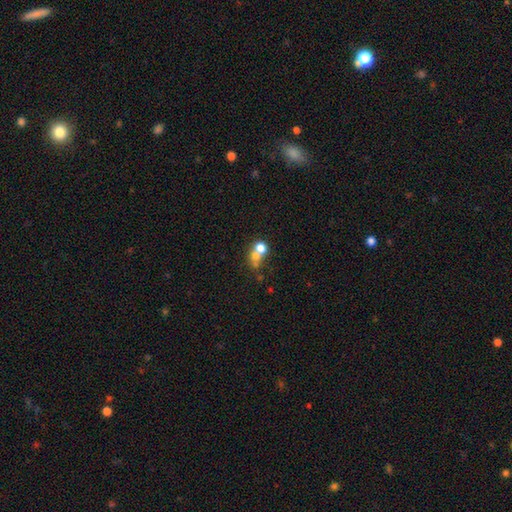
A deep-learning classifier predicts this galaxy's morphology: Smooth or featured? Predicted: smooth (p=0.64). How rounded? Predicted: round (p=0.77). Merging? Predicted: merger (p=0.59).